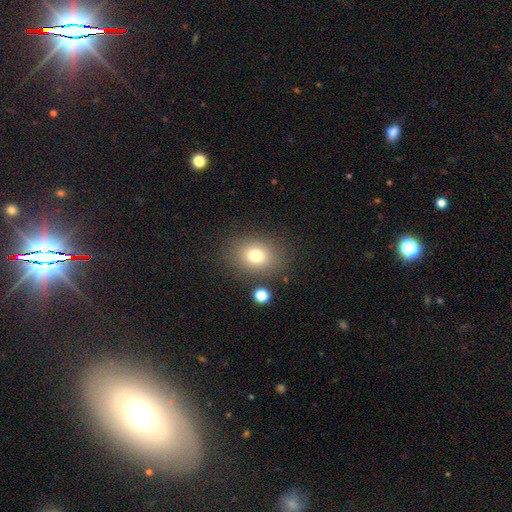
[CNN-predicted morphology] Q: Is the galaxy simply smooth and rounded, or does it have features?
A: smooth — 76%.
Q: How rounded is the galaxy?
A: in between — 54%.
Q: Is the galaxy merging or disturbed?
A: none — 82%.